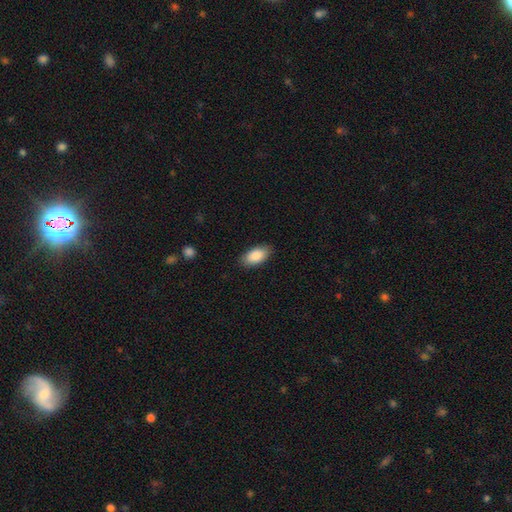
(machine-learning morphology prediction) Smooth or featured? smooth (87%)
How rounded? in between (94%)
Merging? none (86%)